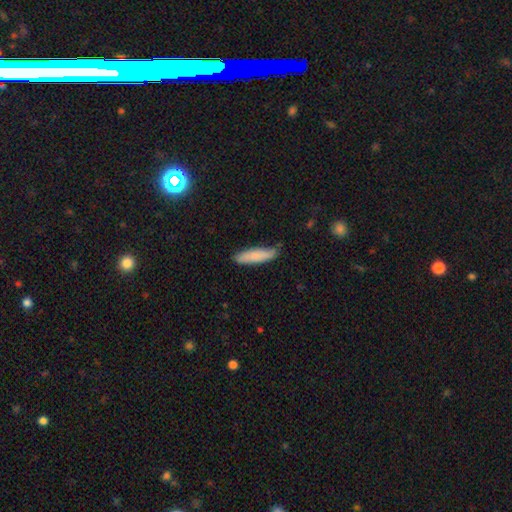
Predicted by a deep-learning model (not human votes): A smooth galaxy with no disk features (83%) that is cigar-shaped (71%). Merging: none (80%).